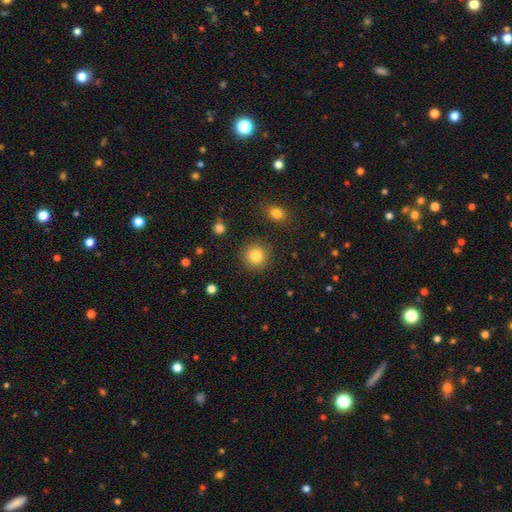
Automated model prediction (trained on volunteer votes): This is clearly a smooth galaxy (83%). How rounded: clearly round (93%). Merging: clearly none (89%).